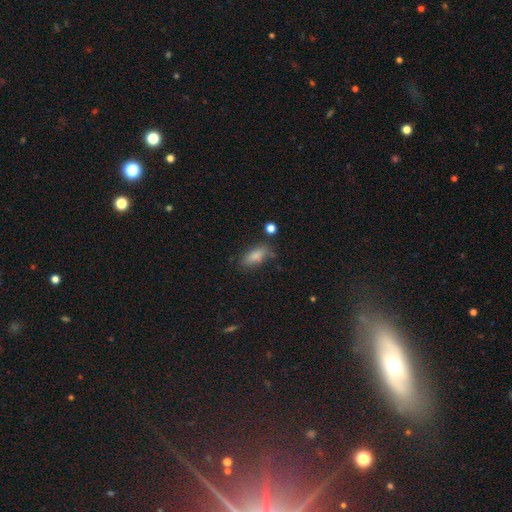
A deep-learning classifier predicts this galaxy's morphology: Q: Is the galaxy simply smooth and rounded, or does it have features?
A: smooth — 82%.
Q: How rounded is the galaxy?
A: in between — 82%.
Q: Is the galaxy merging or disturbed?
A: none — 68%.